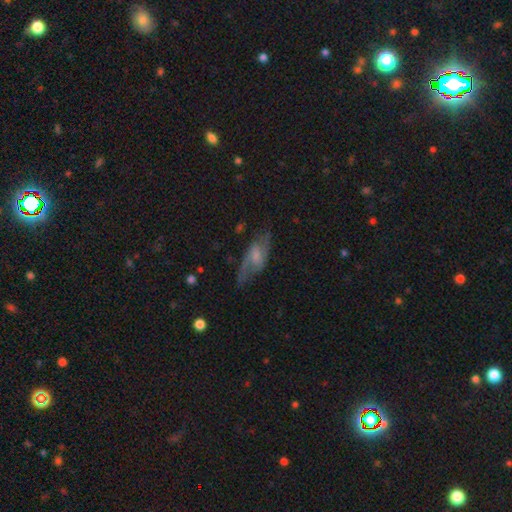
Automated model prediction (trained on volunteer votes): featured or disk 70%, smooth 22%, star or artifact 7%. Down the decision tree: edge-on disk — no (90%); bar — weak (52%); spiral arms — yes (89%); spiral arm count — 2 (85%); spiral winding — loose (47%); bulge size — small (40%); merging — none (66%).